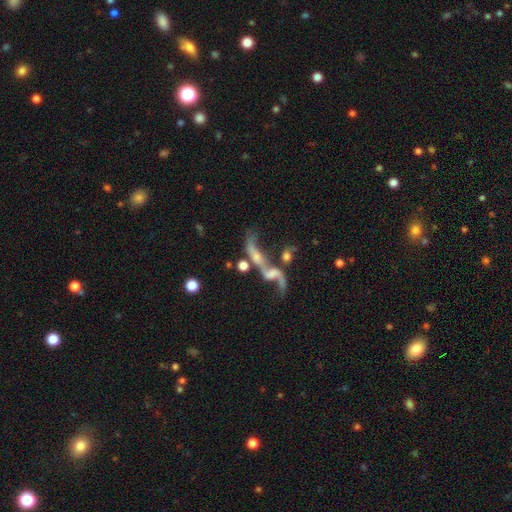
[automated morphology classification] This appears to be a featured or disk galaxy (63%) with no bar (63%), spiral arms (60%) and no central bulge (37%). Merging: merger (55%).